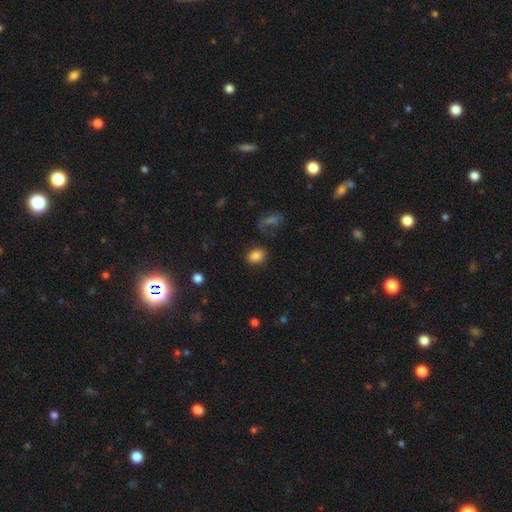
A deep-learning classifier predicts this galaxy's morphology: A smooth galaxy with no disk features (84%) that is in between round and cigar-shaped (65%). Merging: none (78%).